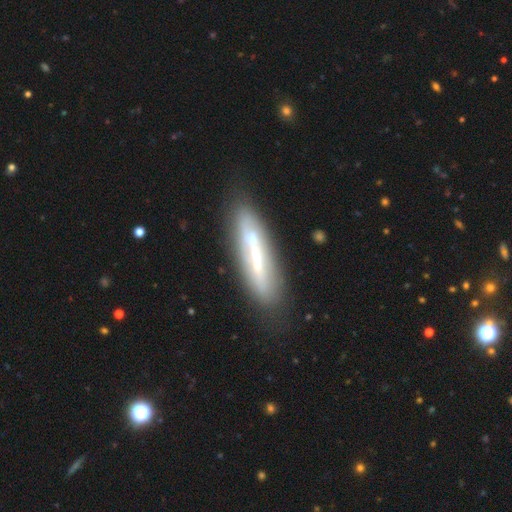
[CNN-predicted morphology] This appears to be a featured or disk galaxy (59%) viewed edge-on (64%). Merging: none (72%).